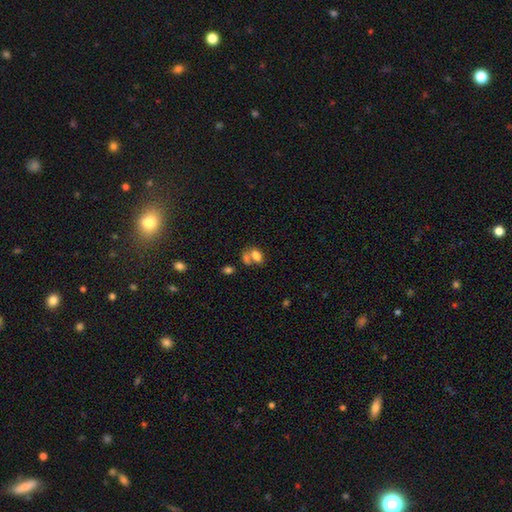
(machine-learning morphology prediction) A smooth galaxy with no disk features (77%) that is in between round and cigar-shaped (85%).

Vote fractions:
- Smooth or featured? smooth: 77% / star or artifact: 11% / featured or disk: 11%
- How rounded? in between: 85% / round: 13% / cigar-shaped: 2%
- Merging? merger: 50% / none: 33% / minor disturbance: 11% / major disturbance: 6%